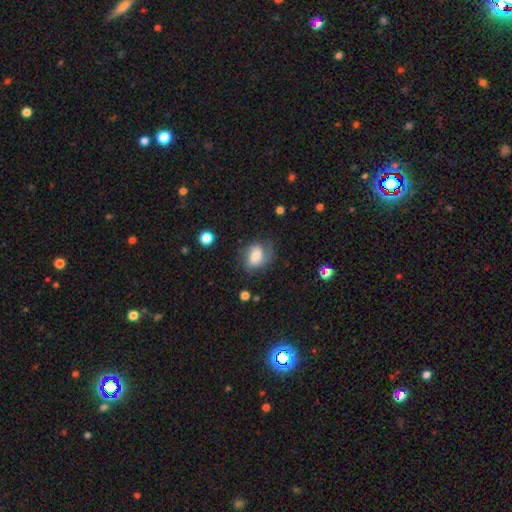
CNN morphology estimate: This is possibly a smooth galaxy (55%). How rounded: likely in between (72%). Merging: possibly none (55%).